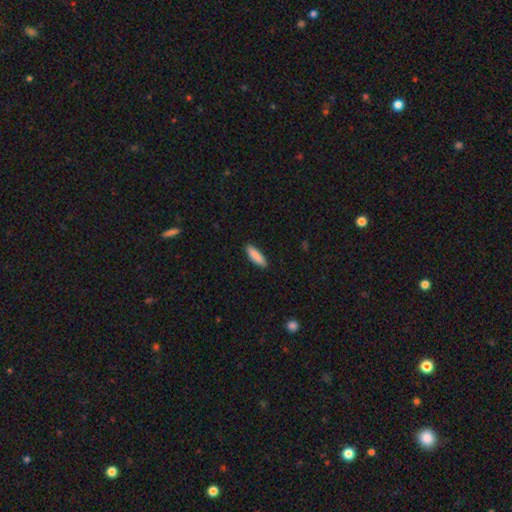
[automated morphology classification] type=smooth (89%); roundness=cigar-shaped (56%); merging=none (89%).